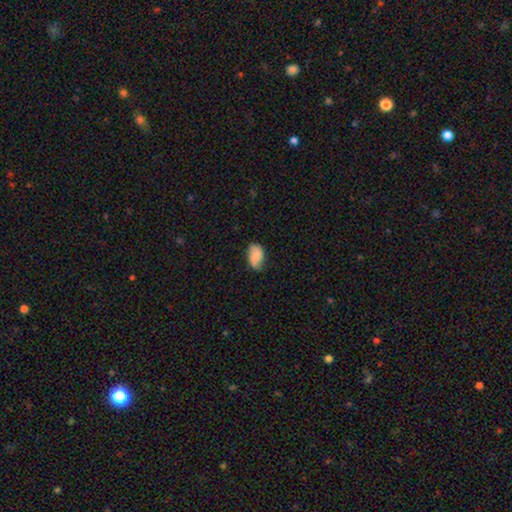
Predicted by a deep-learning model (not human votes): Morphology: type=smooth (70%); roundness=in between (90%); merging=none (58%).